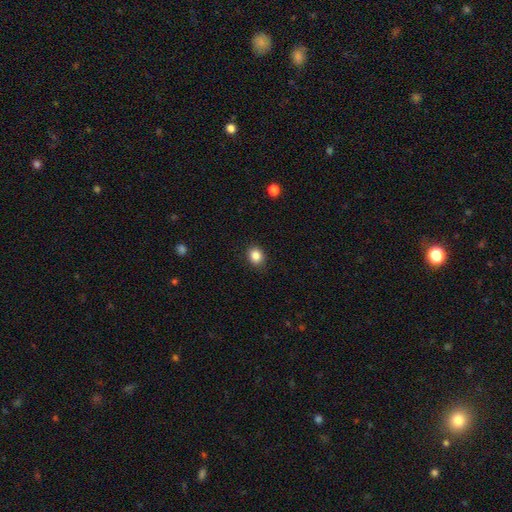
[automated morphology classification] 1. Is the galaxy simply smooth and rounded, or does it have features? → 86% smooth, 10% star or artifact, 4% featured or disk.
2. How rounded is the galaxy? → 59% round, 40% in between, 1% cigar-shaped.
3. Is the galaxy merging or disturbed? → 88% none, 8% minor disturbance, 2% major disturbance, 1% merger.